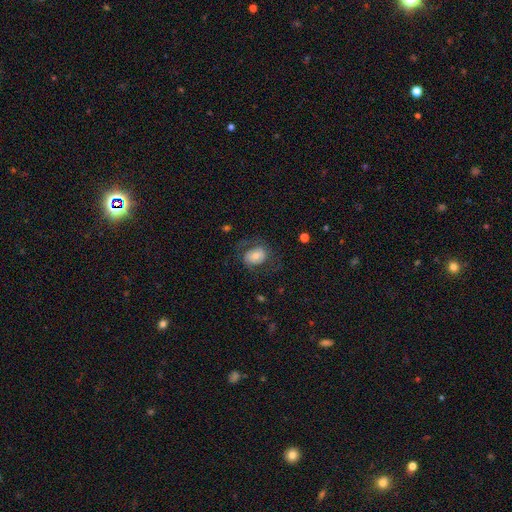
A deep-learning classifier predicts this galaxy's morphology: A smooth galaxy with no disk features (46%).

Vote fractions:
- Smooth or featured? smooth: 46% / featured or disk: 45% / star or artifact: 9%
- Merging? none: 65% / major disturbance: 18% / minor disturbance: 16% / merger: 1%